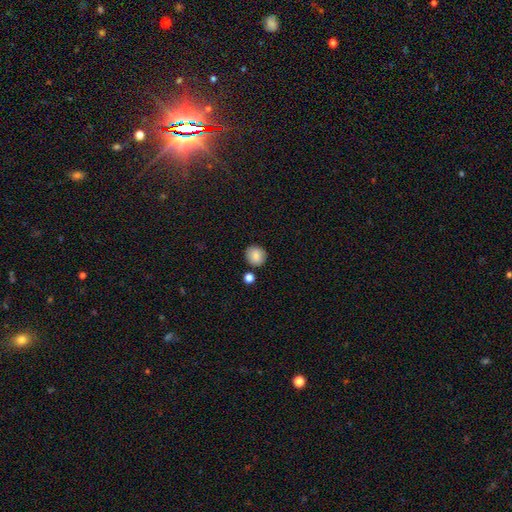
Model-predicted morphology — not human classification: A smooth galaxy with no disk features (86%) that is round (88%).

Vote fractions:
- Smooth or featured? smooth: 86% / star or artifact: 8% / featured or disk: 6%
- How rounded? round: 88% / in between: 11% / cigar-shaped: 1%
- Merging? none: 84% / minor disturbance: 8% / merger: 6% / major disturbance: 2%